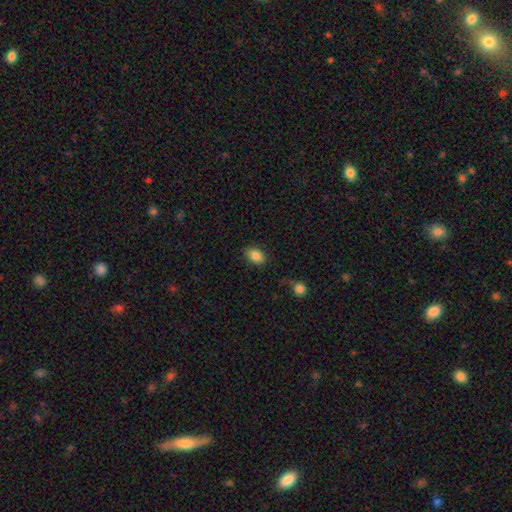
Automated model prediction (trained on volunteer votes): This appears to be a smooth galaxy with no disk features (85%) that is in between round and cigar-shaped (83%). Merging: none (82%).